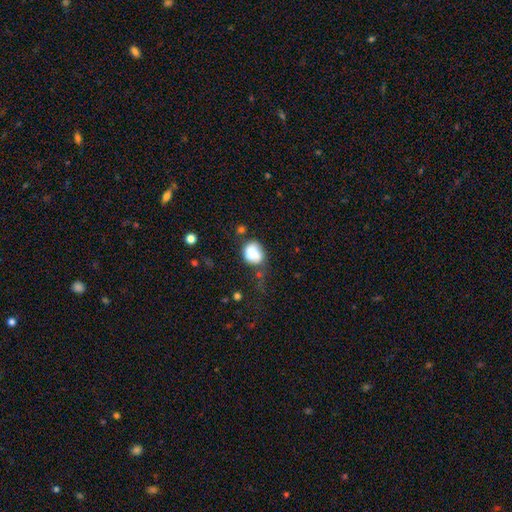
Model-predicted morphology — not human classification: This is likely a smooth galaxy (73%). How rounded: likely round (63%). Merging: possibly none (55%).